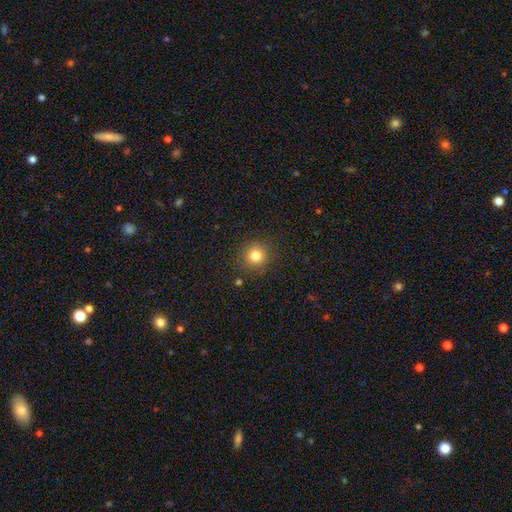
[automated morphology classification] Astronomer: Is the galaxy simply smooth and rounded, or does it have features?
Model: smooth — 81%.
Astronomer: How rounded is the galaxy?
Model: round — 94%.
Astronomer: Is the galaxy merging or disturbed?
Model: none — 89%.